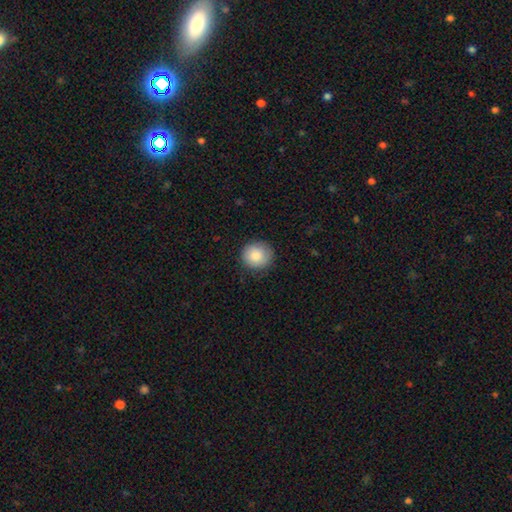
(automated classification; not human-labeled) smooth_or_featured: smooth (p=0.85) [alt: star or artifact p=0.08]
how_rounded: round (p=0.91) [alt: in between p=0.08]
merging: none (p=0.87) [alt: minor disturbance p=0.10]